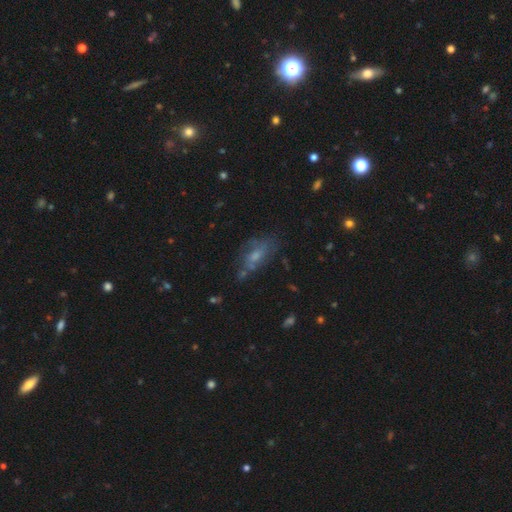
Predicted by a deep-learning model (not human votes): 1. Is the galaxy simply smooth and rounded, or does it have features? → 47% featured or disk, 39% smooth, 14% star or artifact.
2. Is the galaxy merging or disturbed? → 53% none, 24% minor disturbance, 16% major disturbance, 7% merger.